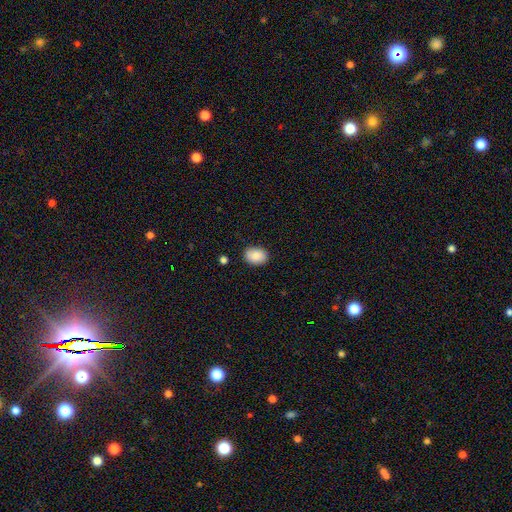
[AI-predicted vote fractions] smooth 88%, star or artifact 7%, featured or disk 5%. Down the decision tree: how rounded — in between (70%); merging — none (86%).